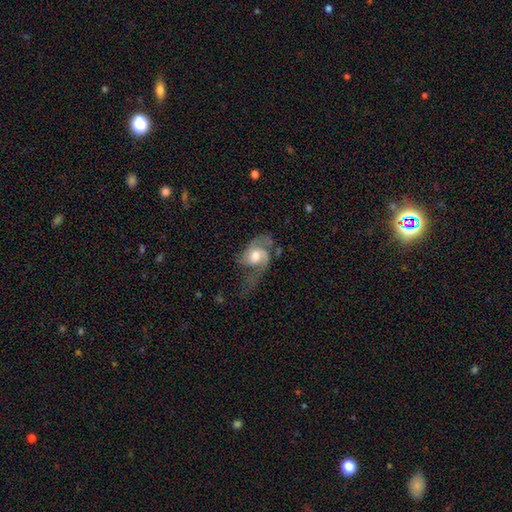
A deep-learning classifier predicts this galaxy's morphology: Smooth or featured? Predicted: featured or disk (p=0.73). Edge-on disk? Predicted: no (p=0.97). Bar? Predicted: no (p=0.60). Spiral arms? Predicted: yes (p=0.90). Spiral winding? Predicted: medium (p=0.44). Spiral arm count? Predicted: 2 (p=0.65). Bulge size? Predicted: moderate (p=0.63). Merging? Predicted: major disturbance (p=0.44).